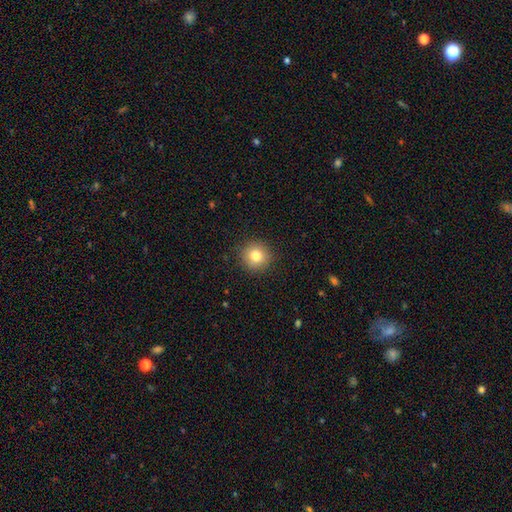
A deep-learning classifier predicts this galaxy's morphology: smooth-or-featured: smooth: 80% | star or artifact: 11% | featured or disk: 8%
  how-rounded: round: 93% | in between: 6% | cigar-shaped: 1%
  merging: none: 91% | minor disturbance: 6% | major disturbance: 2% | merger: 1%